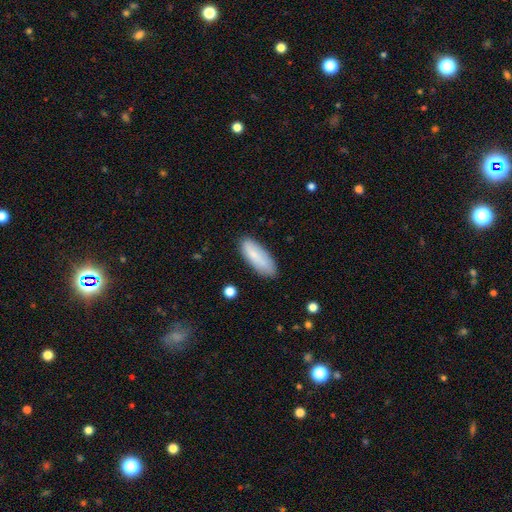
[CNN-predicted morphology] Q: Smooth or featured?
A: smooth (78%); runner-up: featured or disk (15%)
Q: How rounded?
A: in between (70%); runner-up: cigar-shaped (28%)
Q: Merging?
A: none (81%); runner-up: minor disturbance (14%)